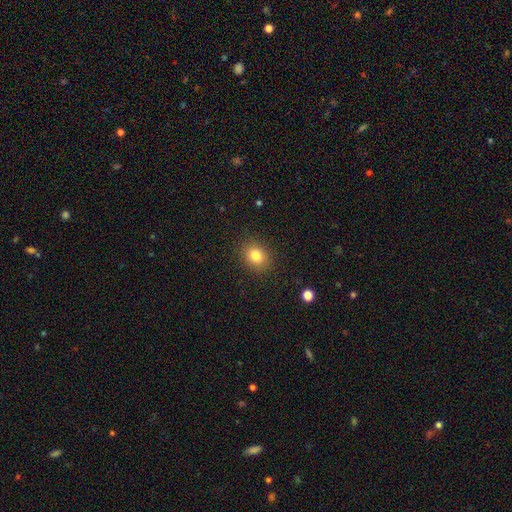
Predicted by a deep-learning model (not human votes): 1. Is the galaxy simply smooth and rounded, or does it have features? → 82% smooth, 11% star or artifact, 7% featured or disk.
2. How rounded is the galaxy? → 57% round, 42% in between, 1% cigar-shaped.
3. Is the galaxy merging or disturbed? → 88% none, 8% minor disturbance, 3% major disturbance, 1% merger.